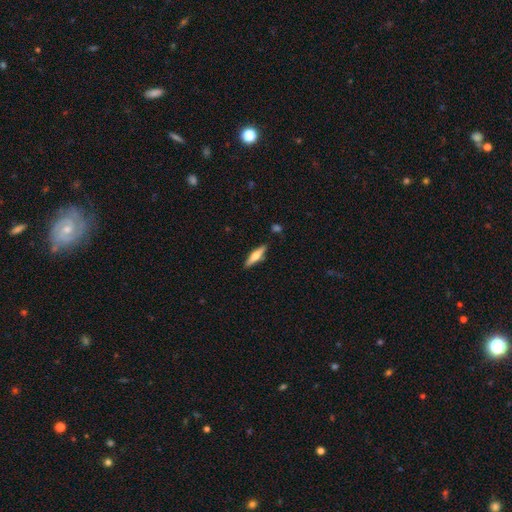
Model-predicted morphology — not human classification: smooth-or-featured: smooth: 49% | featured or disk: 45% | star or artifact: 6%
  merging: none: 86% | minor disturbance: 10% | merger: 3% | major disturbance: 2%